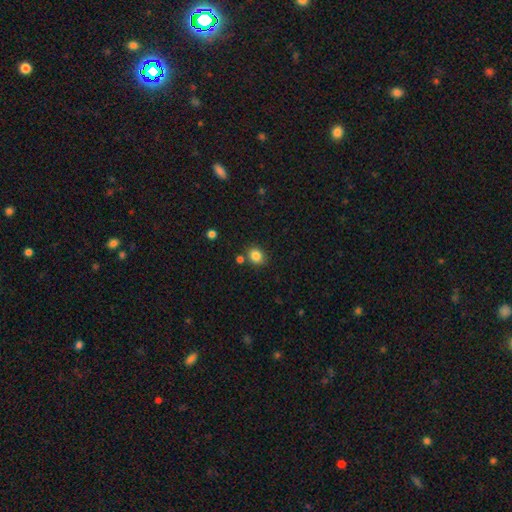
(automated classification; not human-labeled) Smooth or featured: smooth — 84% (star or artifact — 11%)
How rounded: round — 63% (in between — 36%)
Merging: none — 78% (minor disturbance — 11%)